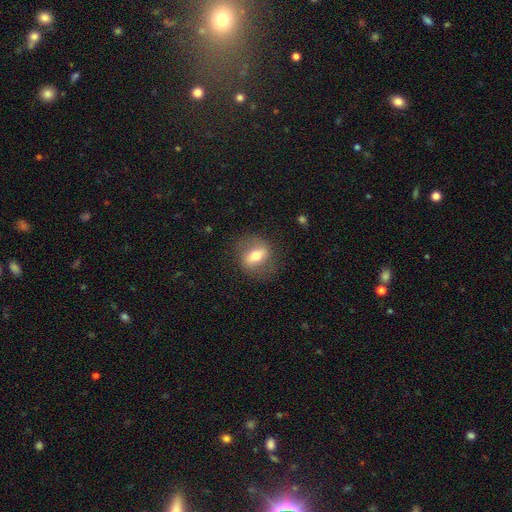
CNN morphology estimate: smooth_or_featured: smooth (p=0.49) [alt: featured or disk p=0.42]
merging: none (p=0.77) [alt: minor disturbance p=0.14]